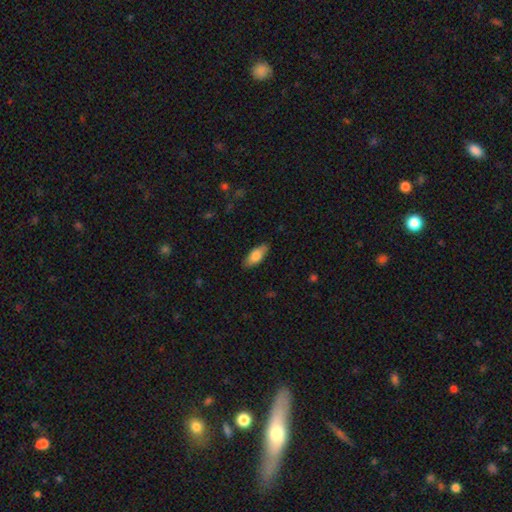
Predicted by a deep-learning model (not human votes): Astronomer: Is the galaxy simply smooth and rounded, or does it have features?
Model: smooth — 76%.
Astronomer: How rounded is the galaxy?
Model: in between — 80%.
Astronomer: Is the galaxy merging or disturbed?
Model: none — 85%.